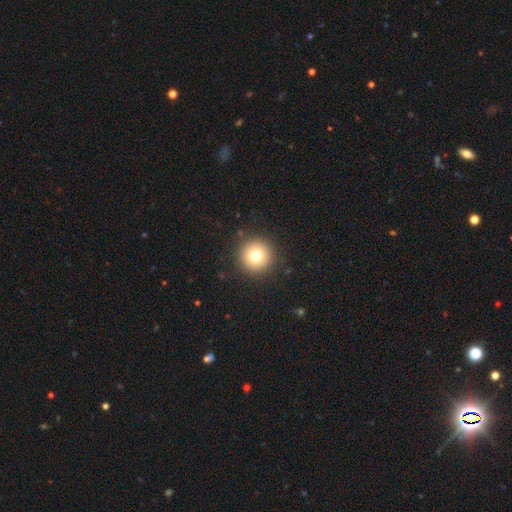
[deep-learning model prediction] Smooth or featured? Predicted: smooth (p=0.75). How rounded? Predicted: round (p=0.96). Merging? Predicted: none (p=0.91).